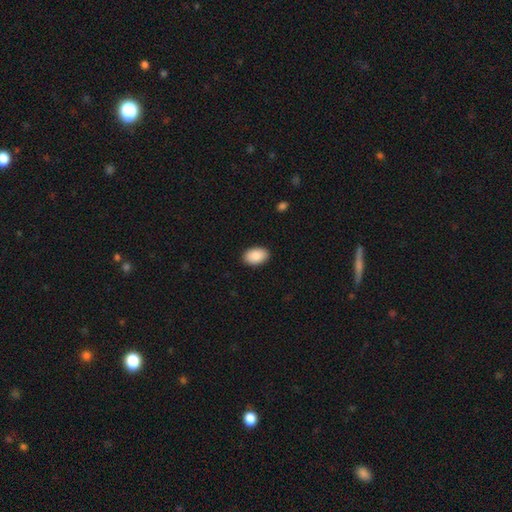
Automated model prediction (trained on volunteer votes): Morphology: type=smooth (90%); roundness=in between (92%); merging=none (90%).